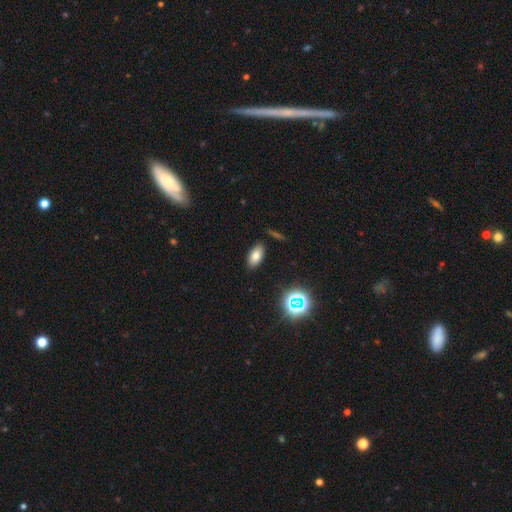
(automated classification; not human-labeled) A smooth galaxy with no disk features (74%) that is in between round and cigar-shaped (91%).

Vote fractions:
- Smooth or featured? smooth: 74% / star or artifact: 15% / featured or disk: 11%
- How rounded? in between: 91% / round: 5% / cigar-shaped: 4%
- Merging? none: 87% / minor disturbance: 9% / major disturbance: 2% / merger: 2%